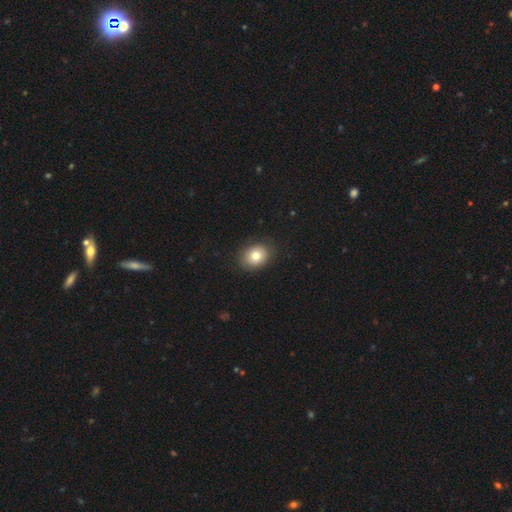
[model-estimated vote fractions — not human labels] smooth 79%, featured or disk 12%, star or artifact 9%. Down the decision tree: how rounded — in between (53%); merging — none (86%).